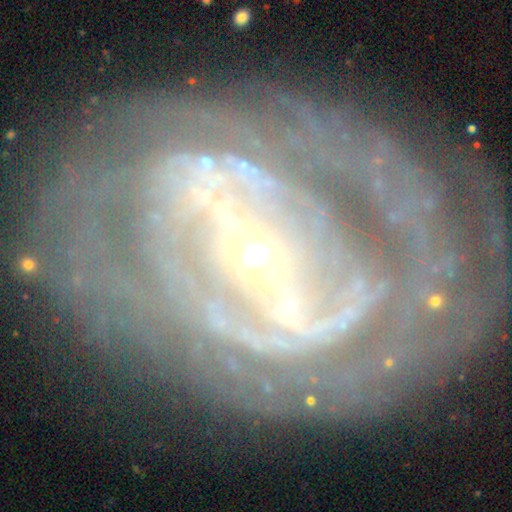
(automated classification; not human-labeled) Smooth or featured? featured or disk (89%)
Edge-on disk? no (96%)
Bar? strong (53%)
Spiral arms? yes (92%)
Spiral winding? tight (60%)
Spiral arm count? 2 (37%)
Bulge size? small (78%)
Merging? none (61%)